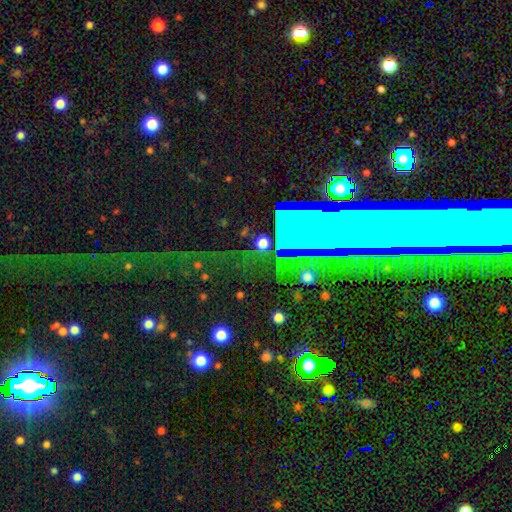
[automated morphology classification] A star or artifact, not a galaxy (61%).

Vote fractions:
- Smooth or featured? star or artifact: 61% / featured or disk: 21% / smooth: 18%